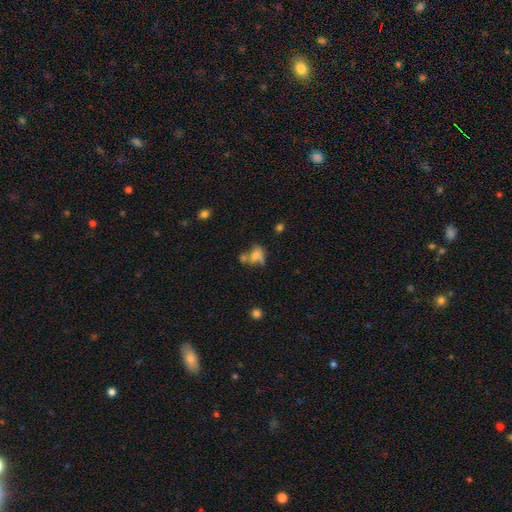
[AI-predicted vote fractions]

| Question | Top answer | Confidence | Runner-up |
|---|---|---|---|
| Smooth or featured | smooth | 61% | featured or disk (25%) |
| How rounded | in between | 65% | round (31%) |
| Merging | merger | 35% | none (32%) |